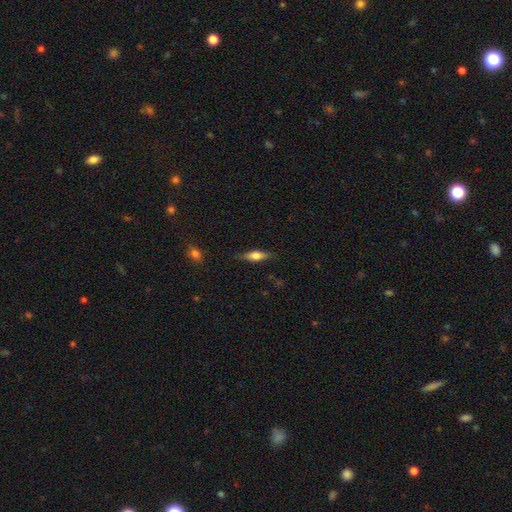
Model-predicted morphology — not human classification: Smooth or featured? smooth (51%)
How rounded? cigar-shaped (50%)
Merging? none (81%)